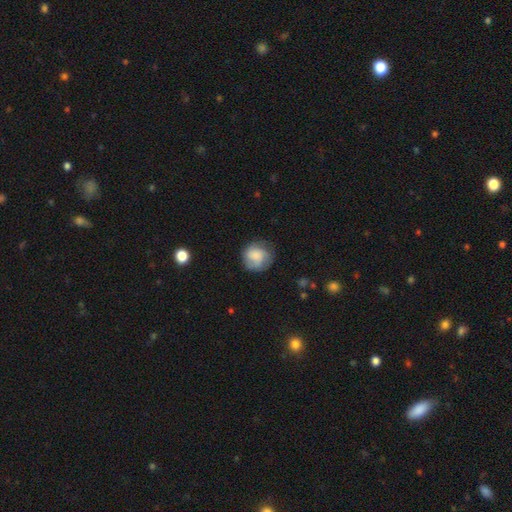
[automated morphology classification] This appears to be a smooth galaxy with no disk features (68%) that is round (83%). Merging: none (65%).